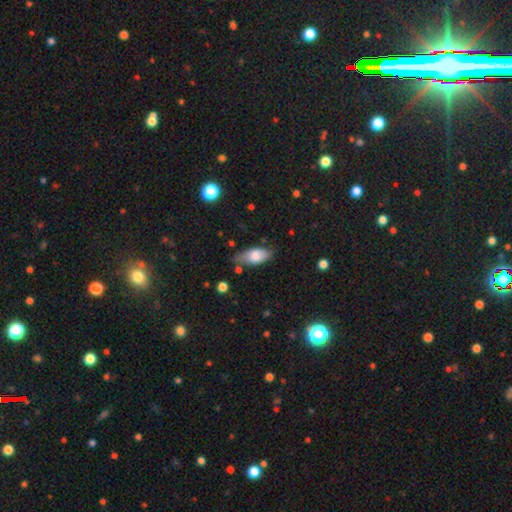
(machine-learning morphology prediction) Overall: smooth (75%). How rounded: in between (86%). Merging: none (66%).